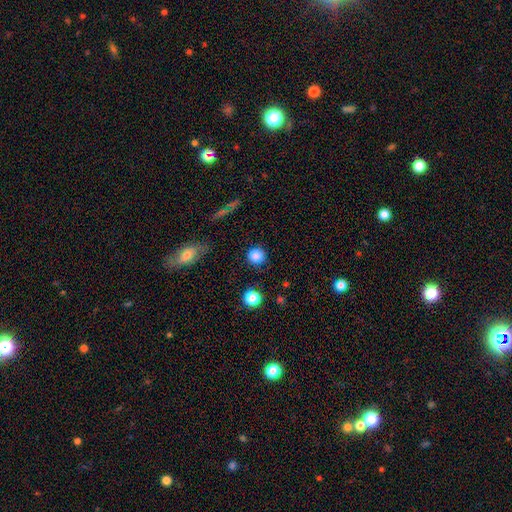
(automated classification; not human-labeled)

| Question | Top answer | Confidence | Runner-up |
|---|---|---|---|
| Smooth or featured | smooth | 85% | star or artifact (11%) |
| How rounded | round | 93% | in between (6%) |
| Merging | none | 86% | minor disturbance (9%) |